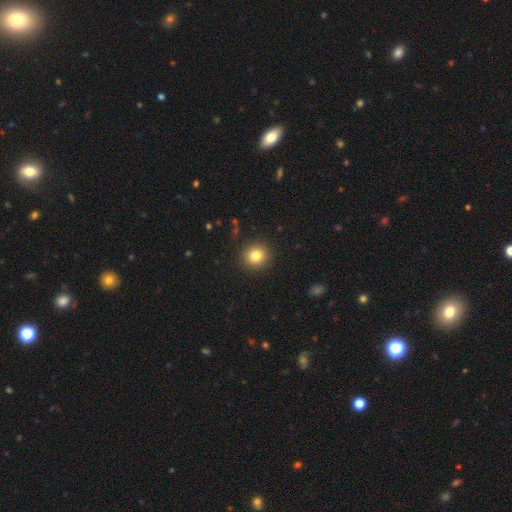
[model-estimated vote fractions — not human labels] smooth 82%, star or artifact 11%, featured or disk 7%. Down the decision tree: how rounded — round (91%); merging — none (91%).